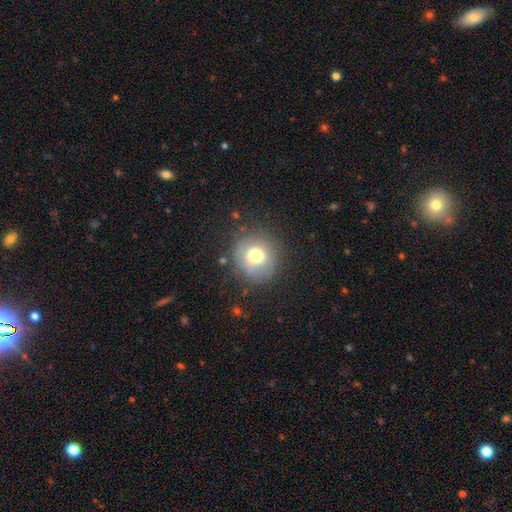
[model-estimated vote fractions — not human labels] This is likely a smooth galaxy (71%). How rounded: clearly round (90%). Merging: likely none (74%).